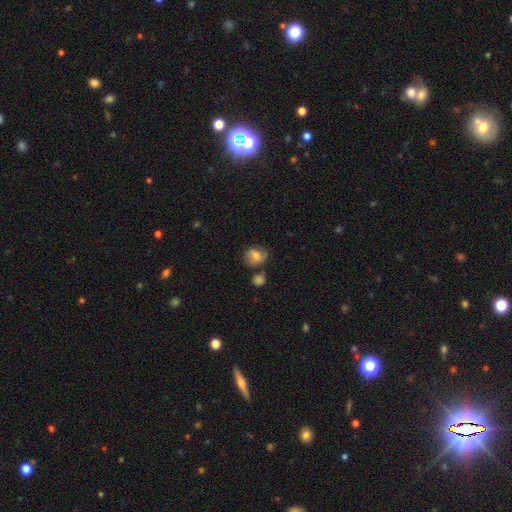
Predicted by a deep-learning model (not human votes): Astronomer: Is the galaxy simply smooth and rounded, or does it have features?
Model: smooth — 68%.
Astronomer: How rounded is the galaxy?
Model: round — 63%.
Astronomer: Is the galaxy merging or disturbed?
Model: none — 58%.